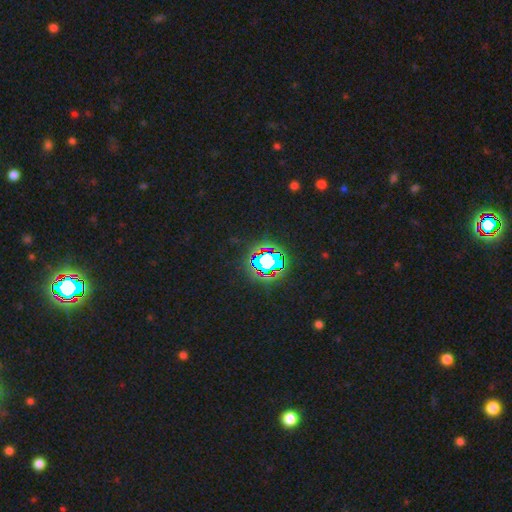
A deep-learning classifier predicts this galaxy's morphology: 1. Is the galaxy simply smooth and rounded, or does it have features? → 83% star or artifact, 10% smooth, 6% featured or disk.